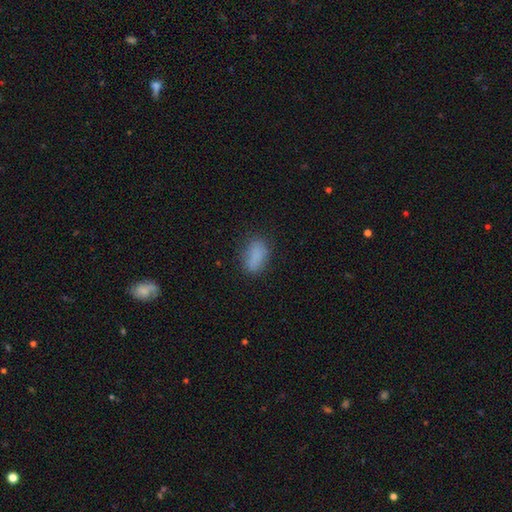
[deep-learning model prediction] smooth 83%, star or artifact 9%, featured or disk 8%. Down the decision tree: how rounded — in between (87%); merging — none (72%).